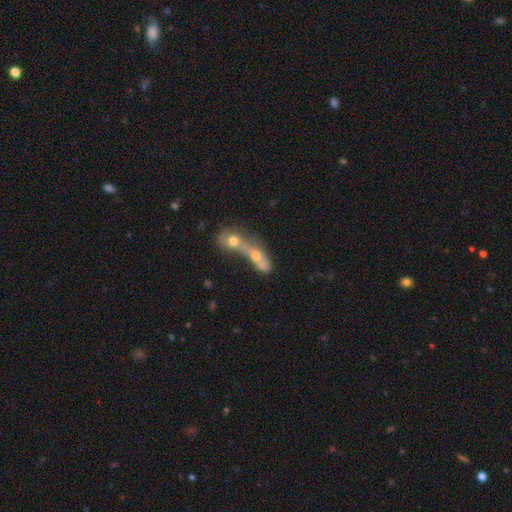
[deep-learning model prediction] This is possibly a smooth galaxy (46%). Merging: likely merger (80%).